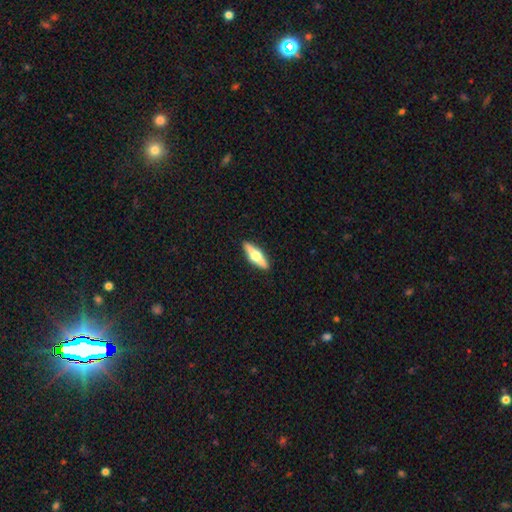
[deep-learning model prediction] Smooth or featured? featured or disk (54%)
Edge-on disk? yes (95%)
Edge-on bulge? rounded (95%)
Merging? none (90%)